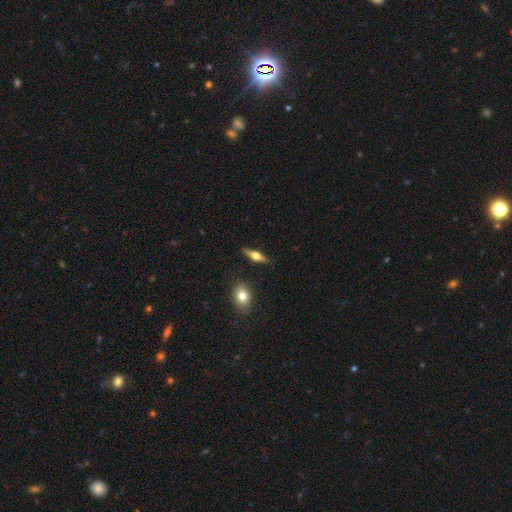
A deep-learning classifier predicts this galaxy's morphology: Q: Smooth or featured?
A: featured or disk (61%); runner-up: smooth (33%)
Q: Edge-on disk?
A: yes (95%); runner-up: no (5%)
Q: Edge-on bulge?
A: rounded (94%); runner-up: boxy (4%)
Q: Merging?
A: none (87%); runner-up: minor disturbance (9%)